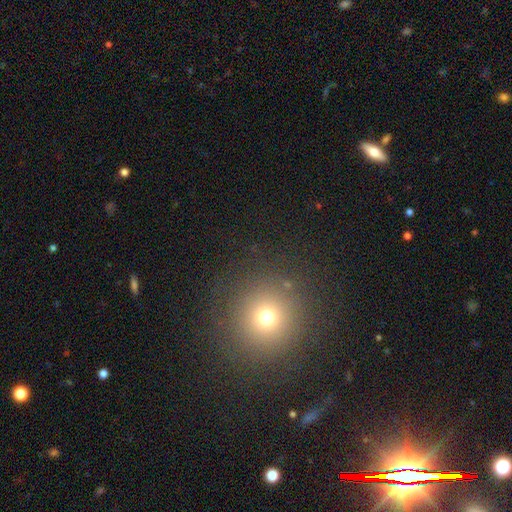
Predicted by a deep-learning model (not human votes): This is possibly a smooth galaxy (60%). How rounded: clearly round (94%). Merging: clearly none (90%).